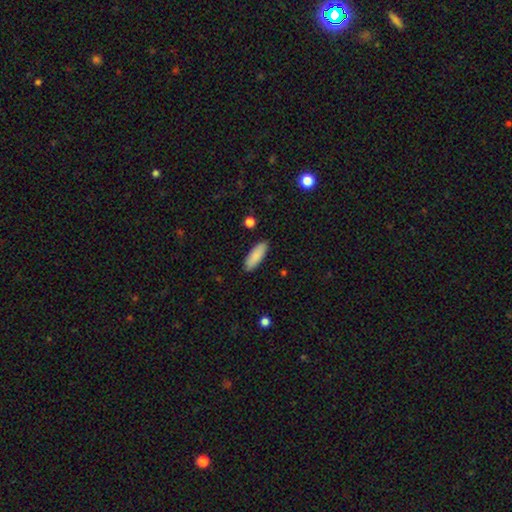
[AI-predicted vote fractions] A smooth galaxy with no disk features (87%) that is in between round and cigar-shaped (66%).

Vote fractions:
- Smooth or featured? smooth: 87% / featured or disk: 7% / star or artifact: 6%
- How rounded? in between: 66% / cigar-shaped: 33% / round: 2%
- Merging? none: 89% / minor disturbance: 8% / major disturbance: 2% / merger: 1%